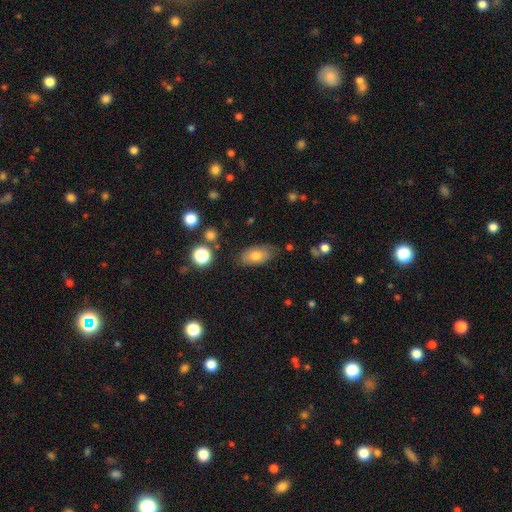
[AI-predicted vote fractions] A smooth galaxy with no disk features (75%) that is in between round and cigar-shaped (89%). Merging: none (77%).